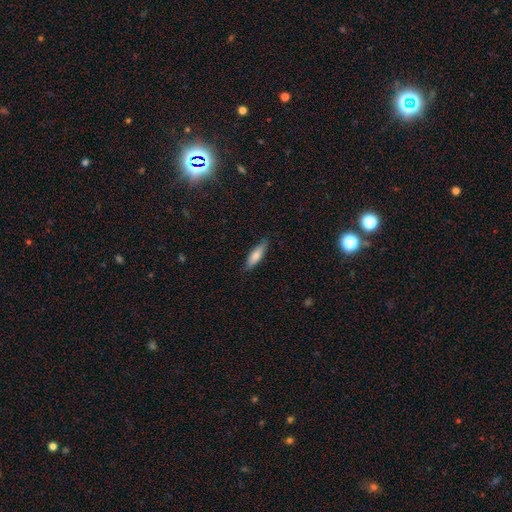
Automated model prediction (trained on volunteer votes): The model was most divided on "how rounded": cigar-shaped: 58%, in between: 40%, round: 2%. More confident: merging — none (84%); smooth or featured — smooth (75%).